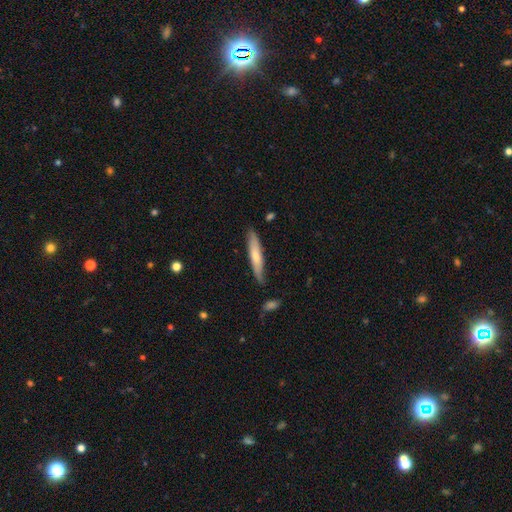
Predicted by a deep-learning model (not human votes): This is likely a smooth galaxy (66%). How rounded: clearly cigar-shaped (90%). Merging: clearly none (81%).